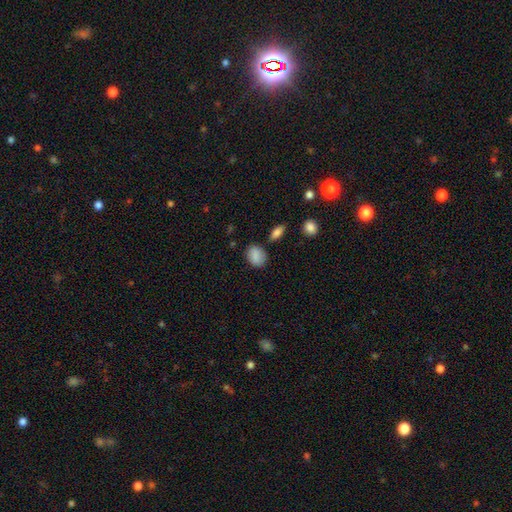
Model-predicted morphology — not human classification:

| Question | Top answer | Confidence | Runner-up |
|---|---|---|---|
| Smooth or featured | smooth | 86% | star or artifact (8%) |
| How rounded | in between | 62% | round (36%) |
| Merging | none | 75% | minor disturbance (16%) |